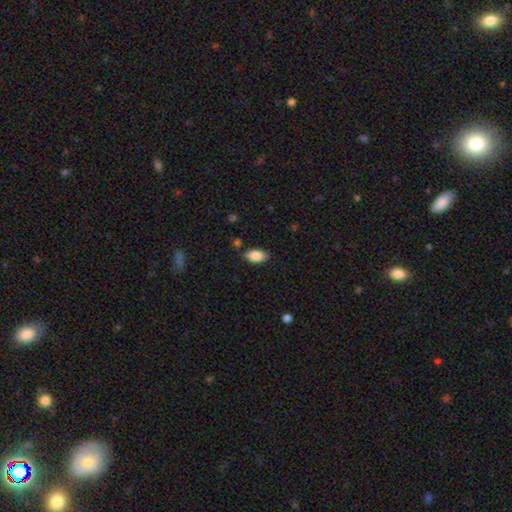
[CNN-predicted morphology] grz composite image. It shows a smooth galaxy with no disk features (87%) that is in between round and cigar-shaped (93%). Merging: none (81%).